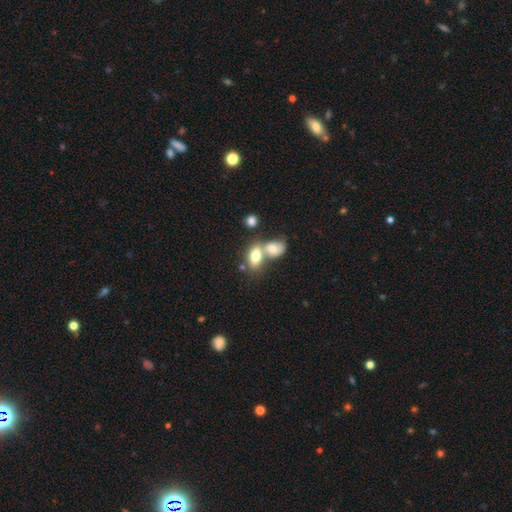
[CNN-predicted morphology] Smooth or featured: smooth — 75% (featured or disk — 17%)
How rounded: in between — 86% (round — 10%)
Merging: merger — 62% (none — 26%)